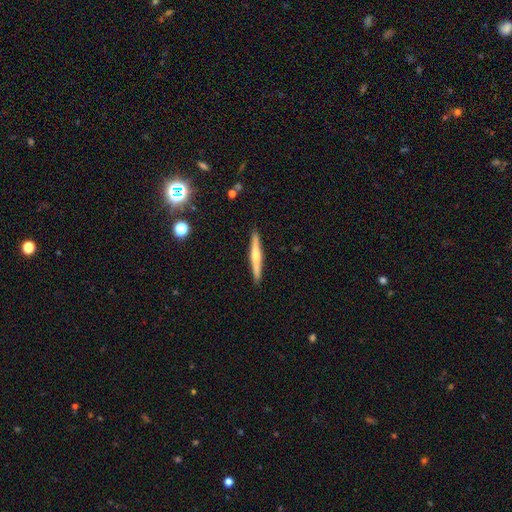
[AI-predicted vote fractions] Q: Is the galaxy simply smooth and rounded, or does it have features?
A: featured or disk — 54%.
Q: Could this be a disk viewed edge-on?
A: yes — 97%.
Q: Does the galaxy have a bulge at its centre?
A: rounded — 74%.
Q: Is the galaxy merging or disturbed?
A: none — 91%.